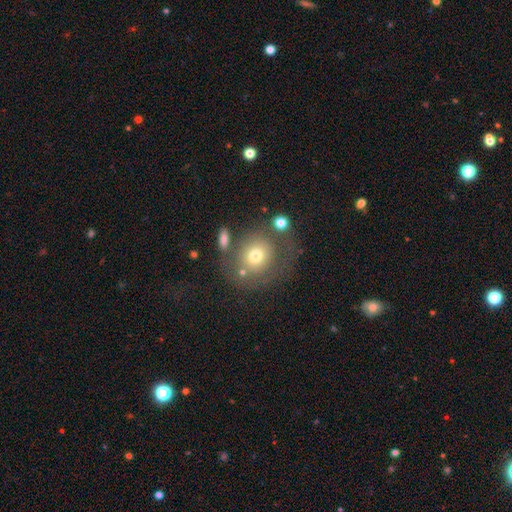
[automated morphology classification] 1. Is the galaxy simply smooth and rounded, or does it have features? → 69% smooth, 20% featured or disk, 12% star or artifact.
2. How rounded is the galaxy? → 75% round, 24% in between, 1% cigar-shaped.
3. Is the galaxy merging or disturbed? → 60% none, 18% minor disturbance, 13% major disturbance, 10% merger.